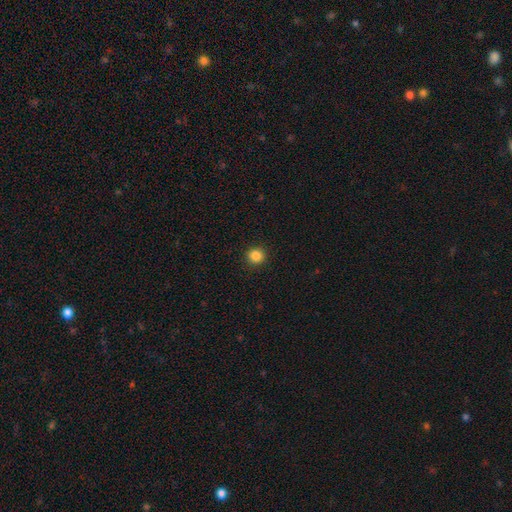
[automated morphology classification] A smooth galaxy with no disk features (85%) that is round (93%).

Vote fractions:
- Smooth or featured? smooth: 85% / star or artifact: 11% / featured or disk: 4%
- How rounded? round: 93% / in between: 6% / cigar-shaped: 1%
- Merging? none: 92% / minor disturbance: 5% / major disturbance: 2% / merger: 1%